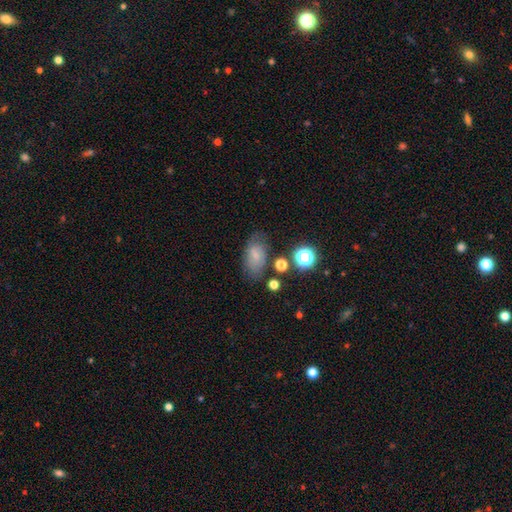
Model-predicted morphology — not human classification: Smooth or featured? Predicted: smooth (p=0.62). How rounded? Predicted: in between (p=0.86). Merging? Predicted: none (p=0.65).